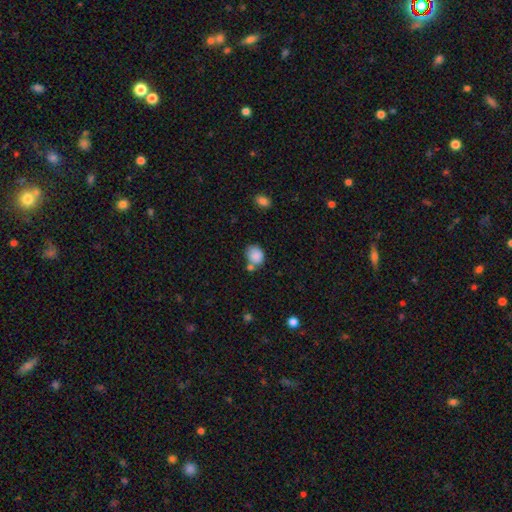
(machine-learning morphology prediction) A smooth galaxy with no disk features (85%) that is round (54%).

Vote fractions:
- Smooth or featured? smooth: 85% / star or artifact: 9% / featured or disk: 6%
- How rounded? round: 54% / in between: 45% / cigar-shaped: 1%
- Merging? none: 52% / merger: 21% / minor disturbance: 21% / major disturbance: 6%